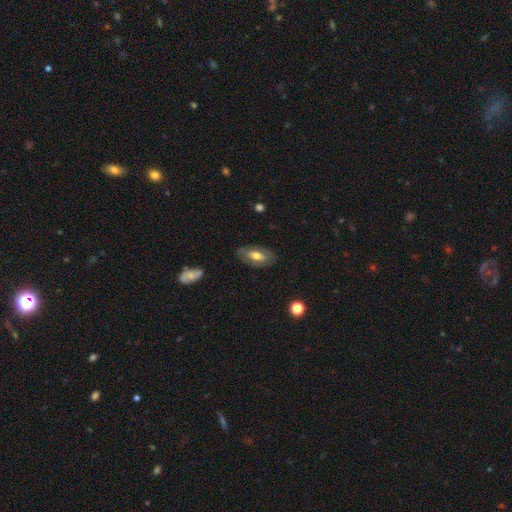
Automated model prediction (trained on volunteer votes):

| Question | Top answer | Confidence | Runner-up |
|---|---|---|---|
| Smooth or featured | smooth | 50% | featured or disk (43%) |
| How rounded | in between | 88% | cigar-shaped (7%) |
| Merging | none | 77% | minor disturbance (16%) |